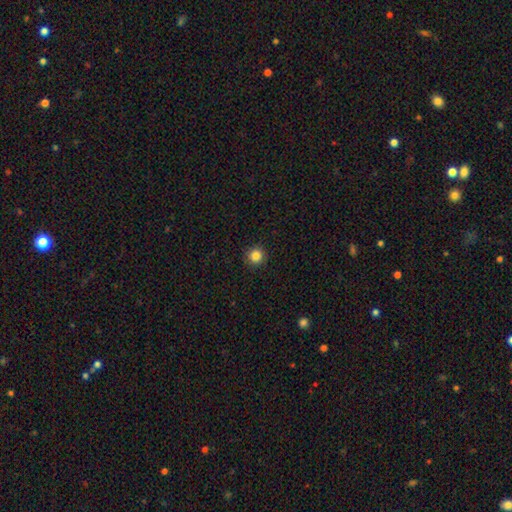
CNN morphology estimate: The model was most divided on "smooth or featured": smooth: 85%, star or artifact: 11%, featured or disk: 4%. More confident: how rounded — round (95%); merging — none (92%).